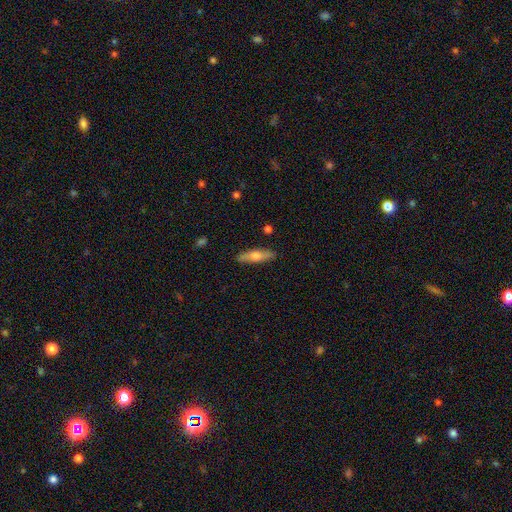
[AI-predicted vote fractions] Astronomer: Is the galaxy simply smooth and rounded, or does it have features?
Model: smooth — 54% (runner-up: featured or disk, 40%).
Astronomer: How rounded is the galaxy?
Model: cigar-shaped — 71%.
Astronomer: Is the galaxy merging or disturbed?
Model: none — 87%.